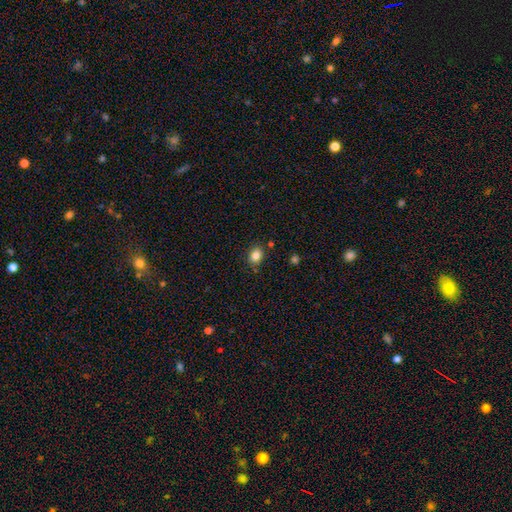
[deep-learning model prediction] This appears to be a smooth galaxy with no disk features (84%) that is in between round and cigar-shaped (53%). Merging: none (83%).